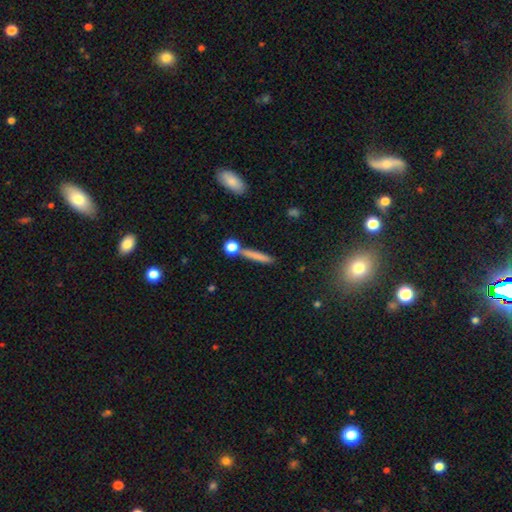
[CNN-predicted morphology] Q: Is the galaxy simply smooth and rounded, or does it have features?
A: smooth — 73%.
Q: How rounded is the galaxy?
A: cigar-shaped — 88%.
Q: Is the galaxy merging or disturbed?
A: none — 75%.